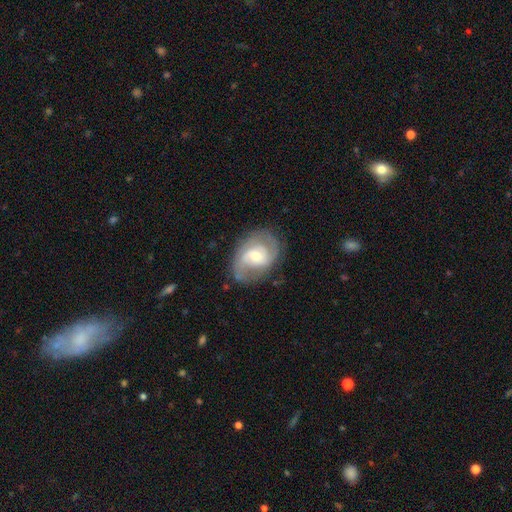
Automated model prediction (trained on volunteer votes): This is likely a featured or disk galaxy (79%). It is clearly not viewed edge-on (97%). Bar: possibly no (46%). Spiral arm pattern: clearly yes (92%). Spiral arm count: likely 2 (74%). Spiral winding: possibly medium (48%). Central bulge: possibly moderate (52%). Merging: likely none (70%).